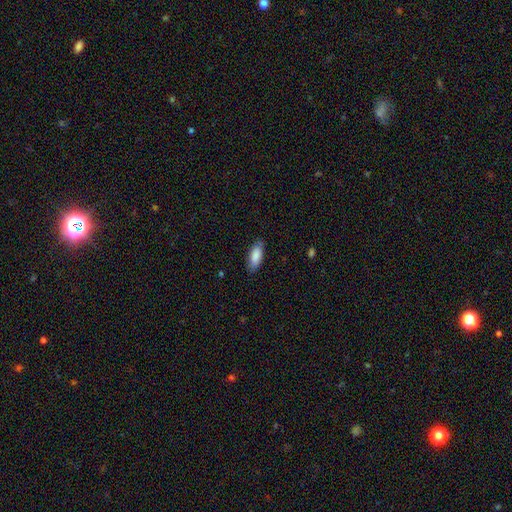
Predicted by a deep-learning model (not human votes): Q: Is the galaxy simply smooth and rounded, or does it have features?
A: smooth — 87%.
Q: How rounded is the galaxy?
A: in between — 75%.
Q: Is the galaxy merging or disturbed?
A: none — 84%.